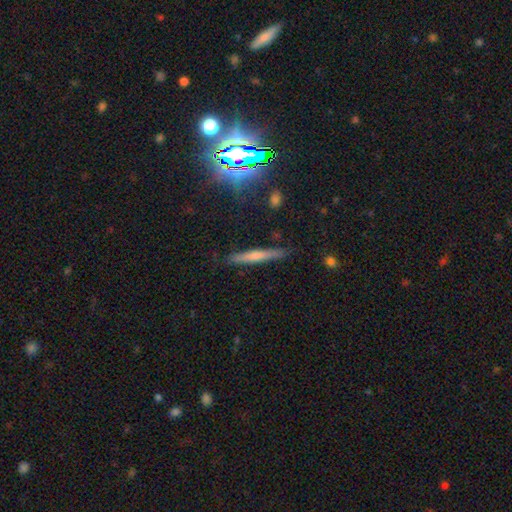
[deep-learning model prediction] Morphology: type=smooth (50%); roundness=cigar-shaped (93%); merging=none (86%).